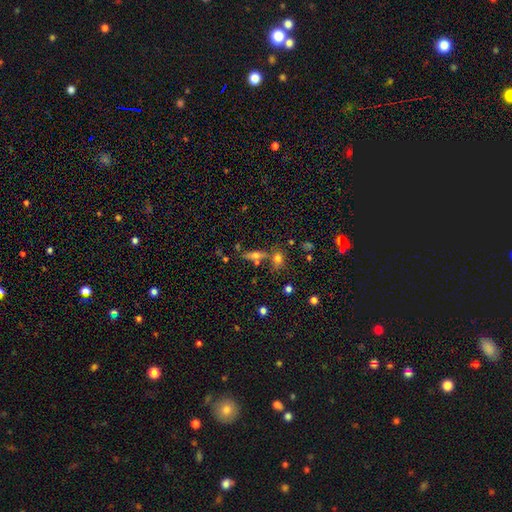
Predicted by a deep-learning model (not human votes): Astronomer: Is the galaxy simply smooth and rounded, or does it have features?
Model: smooth — 55% (runner-up: featured or disk, 30%).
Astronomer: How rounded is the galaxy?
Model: in between — 46% (runner-up: cigar-shaped, 44%).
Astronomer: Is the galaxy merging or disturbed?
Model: none — 58%.